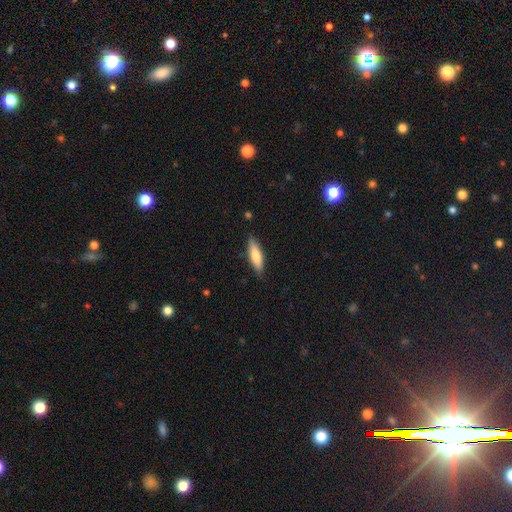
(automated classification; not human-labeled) smooth 73%, featured or disk 21%, star or artifact 6%. Down the decision tree: how rounded — cigar-shaped (62%); merging — none (85%).